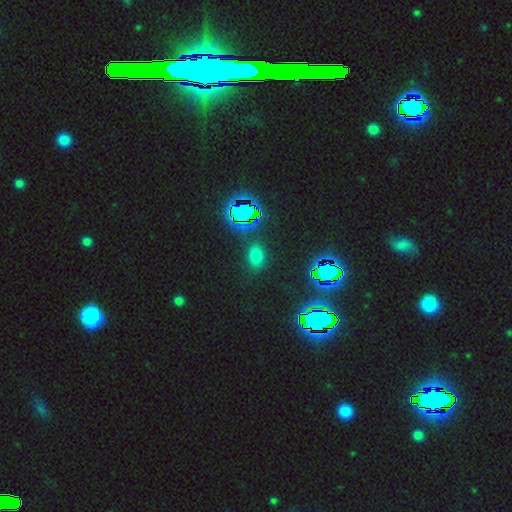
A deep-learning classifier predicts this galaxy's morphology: type=smooth (53%); roundness=in between (72%); merging=none (85%).